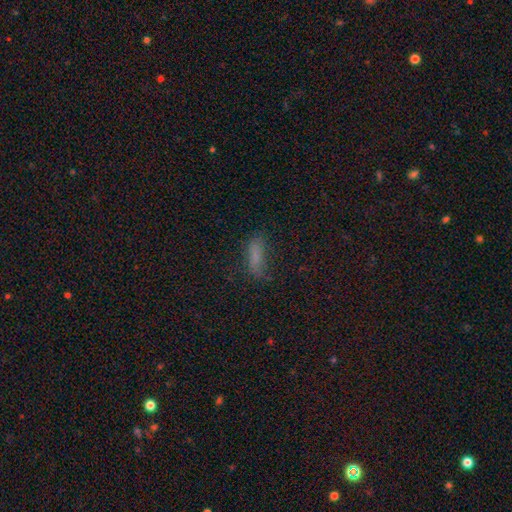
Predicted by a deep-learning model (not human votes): Q: Smooth or featured?
A: smooth (72%); runner-up: star or artifact (15%)
Q: How rounded?
A: cigar-shaped (49%); runner-up: in between (48%)
Q: Merging?
A: none (61%); runner-up: minor disturbance (25%)